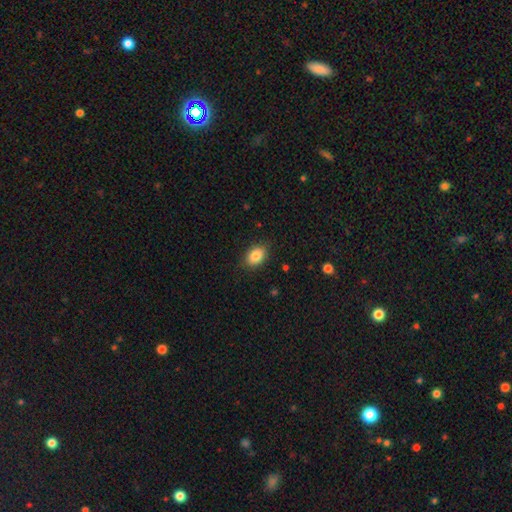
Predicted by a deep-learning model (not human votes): This appears to be a smooth galaxy with no disk features (85%) that is in between round and cigar-shaped (80%). Merging: none (86%).